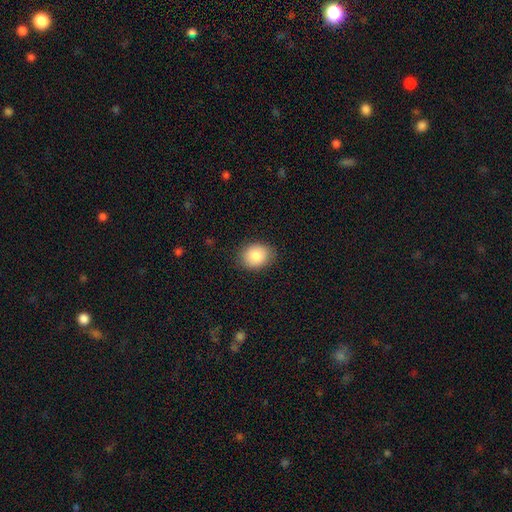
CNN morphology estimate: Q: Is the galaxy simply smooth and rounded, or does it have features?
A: smooth — 83%.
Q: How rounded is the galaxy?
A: in between — 50%.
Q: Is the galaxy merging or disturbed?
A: none — 85%.